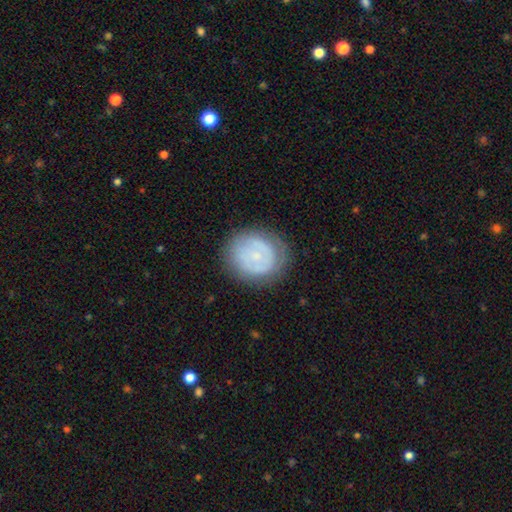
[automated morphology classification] featured or disk 51%, smooth 42%, star or artifact 7%. Down the decision tree: edge-on disk — no (97%); merging — none (75%).